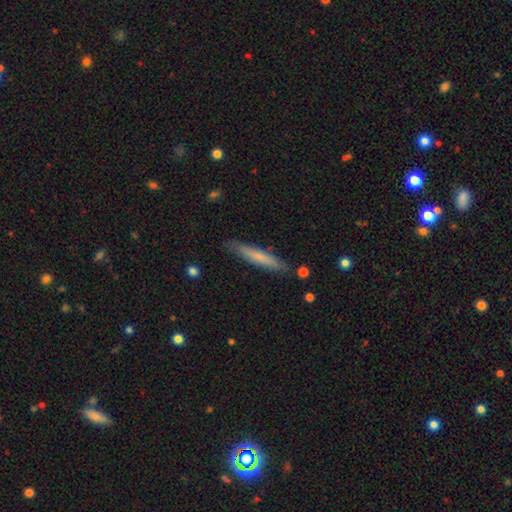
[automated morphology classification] Smooth or featured: smooth — 64% (featured or disk — 30%)
How rounded: cigar-shaped — 95% (in between — 4%)
Merging: none — 88% (minor disturbance — 9%)